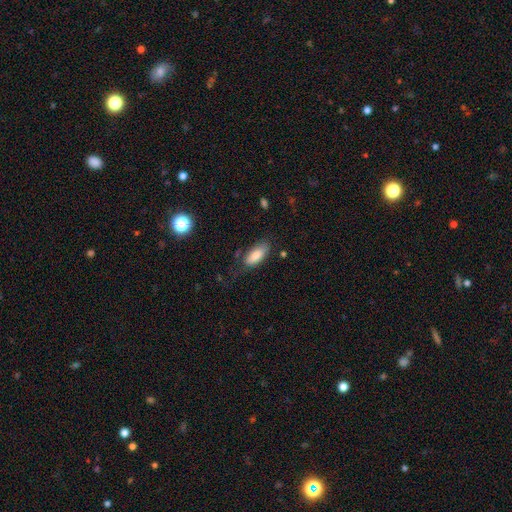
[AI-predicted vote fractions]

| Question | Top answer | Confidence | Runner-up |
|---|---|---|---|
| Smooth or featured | smooth | 81% | featured or disk (12%) |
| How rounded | in between | 84% | cigar-shaped (14%) |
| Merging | none | 60% | minor disturbance (26%) |